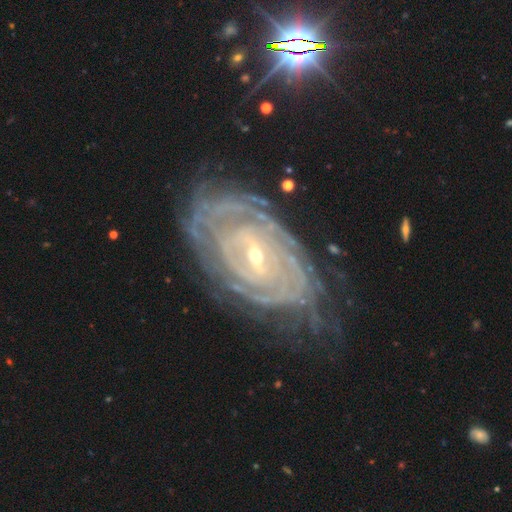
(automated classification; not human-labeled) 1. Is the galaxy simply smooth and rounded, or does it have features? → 89% featured or disk, 6% star or artifact, 5% smooth.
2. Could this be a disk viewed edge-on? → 96% no, 4% yes.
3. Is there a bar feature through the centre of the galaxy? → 46% weak, 28% no, 26% strong.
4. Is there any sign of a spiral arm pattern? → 96% yes, 4% no.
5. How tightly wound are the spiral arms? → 83% tight, 14% medium, 3% loose.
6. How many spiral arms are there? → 39% can't tell, 20% 2, 13% 4, 12% 3, 10% more than 4, 7% 1.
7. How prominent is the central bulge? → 71% small, 25% moderate, 1% large, 1% none, 1% dominant.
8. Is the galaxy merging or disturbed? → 70% none, 20% minor disturbance, 8% major disturbance, 2% merger.